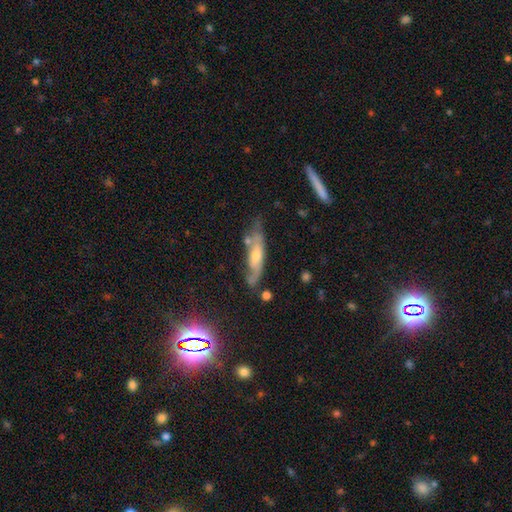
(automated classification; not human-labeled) A featured or disk galaxy (60%).

Vote fractions:
- Smooth or featured? featured or disk: 60% / smooth: 30% / star or artifact: 10%
- Edge-on disk? no: 57% / yes: 43%
- Merging? none: 60% / minor disturbance: 25% / major disturbance: 9% / merger: 6%